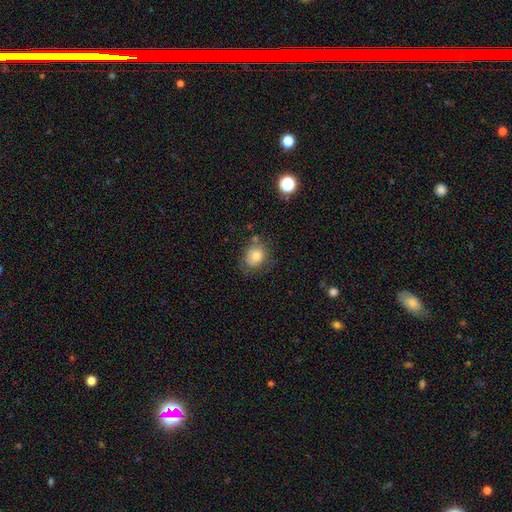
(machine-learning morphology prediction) Smooth or featured? smooth (76%)
How rounded? round (51%)
Merging? none (59%)